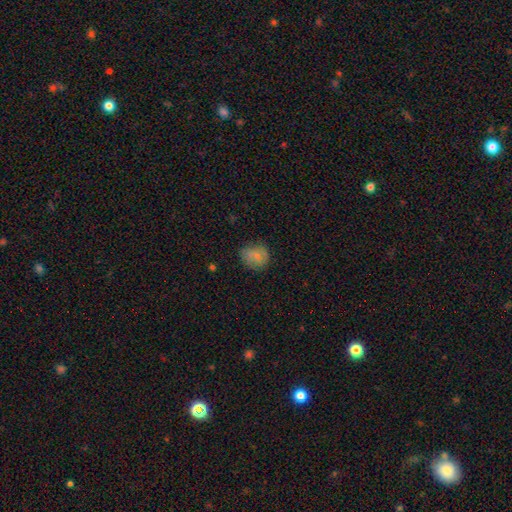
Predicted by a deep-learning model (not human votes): Smooth or featured?
  - smooth: 75% *
  - featured or disk: 15%
  - star or artifact: 9%
How rounded?
  - round: 70% *
  - in between: 29%
  - cigar-shaped: 1%
Merging?
  - none: 72% *
  - minor disturbance: 21%
  - major disturbance: 5%
  - merger: 2%